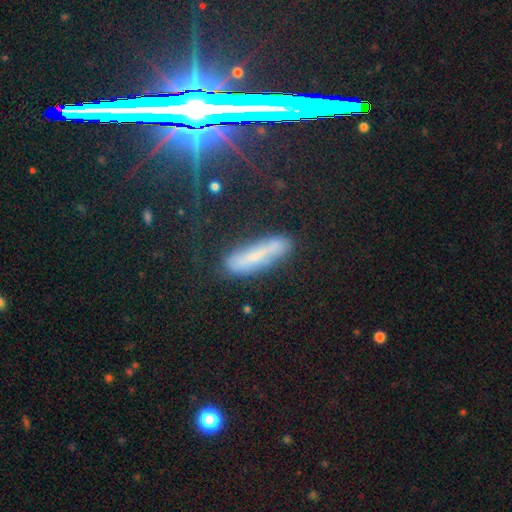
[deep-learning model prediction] This appears to be a smooth galaxy with no disk features (55%) that is cigar-shaped (76%). Merging: none (73%).